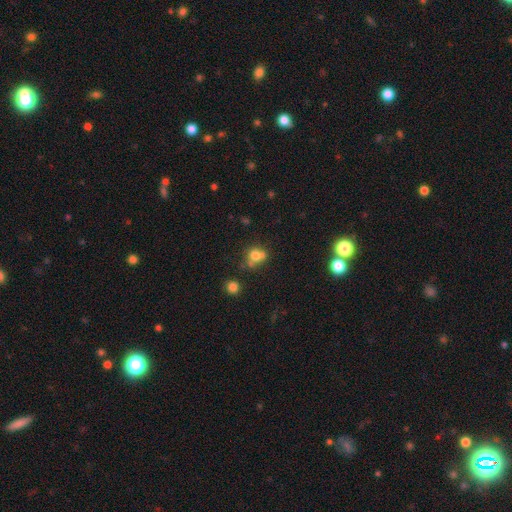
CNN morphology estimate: type=smooth (70%); roundness=round (72%); merging=merger (42%).